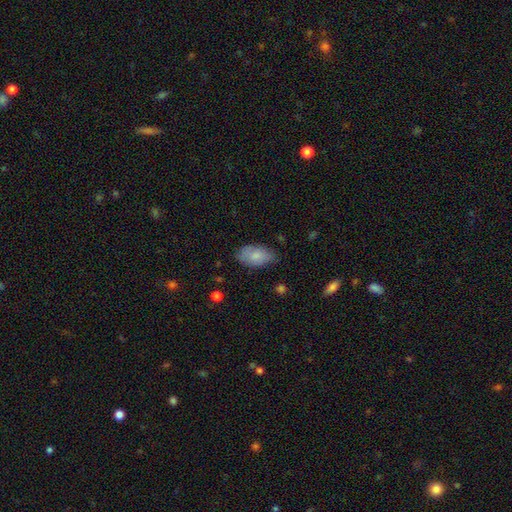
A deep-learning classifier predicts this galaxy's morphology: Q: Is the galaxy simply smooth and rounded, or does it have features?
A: smooth — 79%.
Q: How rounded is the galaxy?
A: in between — 93%.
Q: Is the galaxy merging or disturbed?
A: none — 70%.